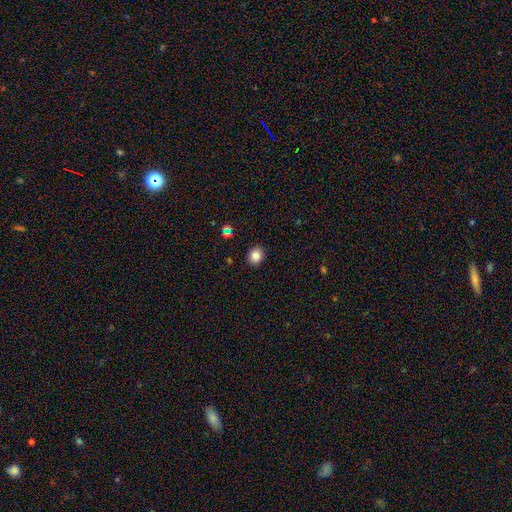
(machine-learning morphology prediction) Smooth or featured? smooth (84%)
How rounded? round (68%)
Merging? none (90%)